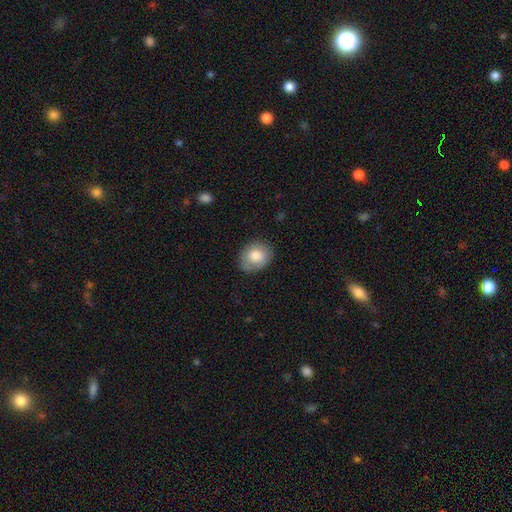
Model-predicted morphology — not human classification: A smooth galaxy with no disk features (80%) that is round (57%).

Vote fractions:
- Smooth or featured? smooth: 80% / featured or disk: 13% / star or artifact: 7%
- How rounded? round: 57% / in between: 42% / cigar-shaped: 1%
- Merging? none: 79% / minor disturbance: 16% / major disturbance: 4% / merger: 1%